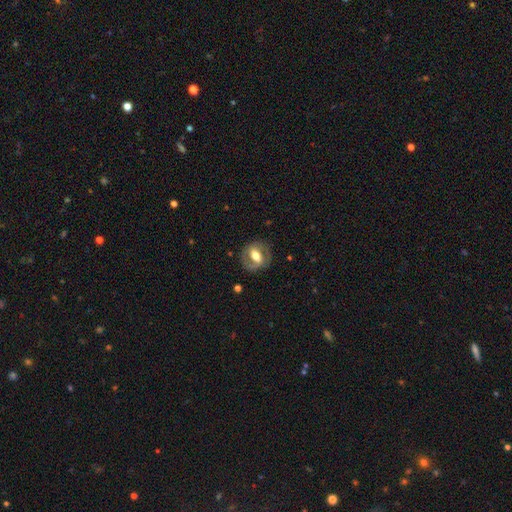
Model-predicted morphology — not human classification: A featured or disk galaxy (63%) with a strong bar (42%), spiral arms (54%) and a moderate central bulge (62%). Merging: none (76%).